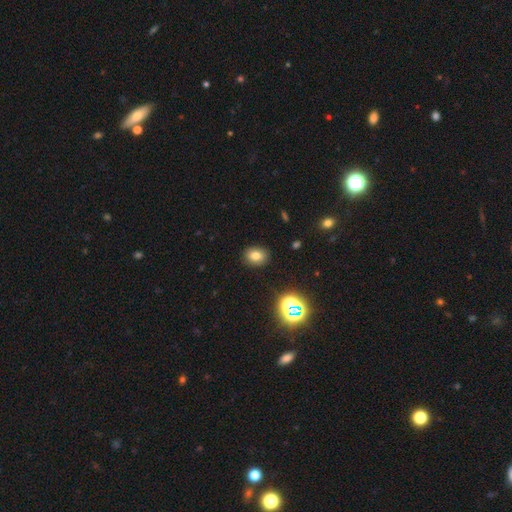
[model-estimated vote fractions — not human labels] Smooth or featured?
  - smooth: 76% *
  - star or artifact: 16%
  - featured or disk: 8%
How rounded?
  - in between: 59% *
  - round: 40%
  - cigar-shaped: 1%
Merging?
  - none: 89% *
  - minor disturbance: 8%
  - major disturbance: 2%
  - merger: 1%